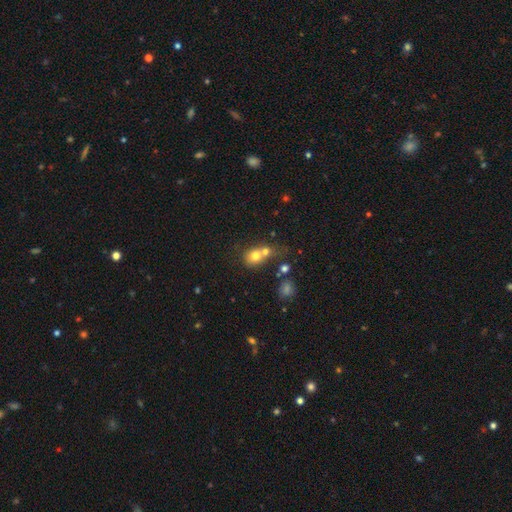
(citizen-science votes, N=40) Morphology: type=smooth (72%); roundness=round (66%); merging=merger (54%).